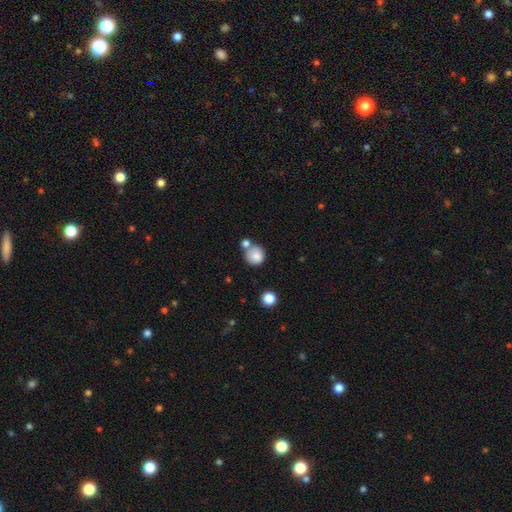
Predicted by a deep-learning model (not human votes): Overall: smooth (82%). How rounded: round (89%). Merging: none (56%; merger 26%).